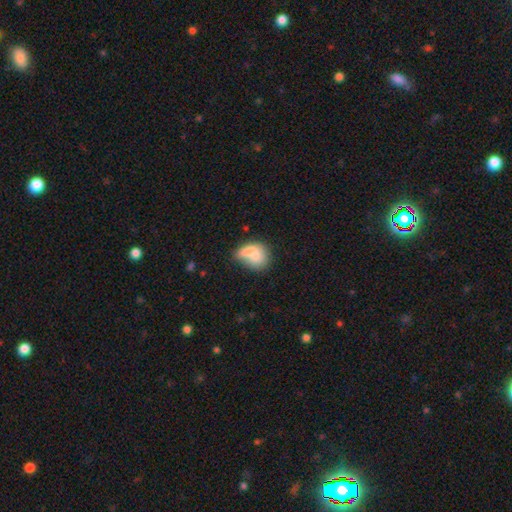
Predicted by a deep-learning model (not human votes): This appears to be a smooth galaxy with no disk features (72%) that is in between round and cigar-shaped (56%). Merging: merger (39%).